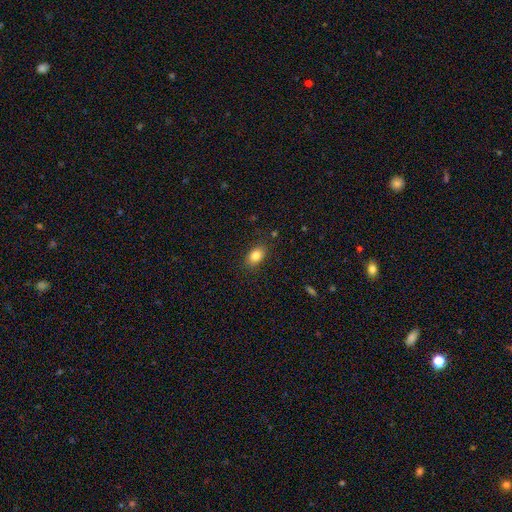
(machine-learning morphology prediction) smooth 83%, star or artifact 9%, featured or disk 8%. Down the decision tree: how rounded — in between (82%); merging — none (85%).